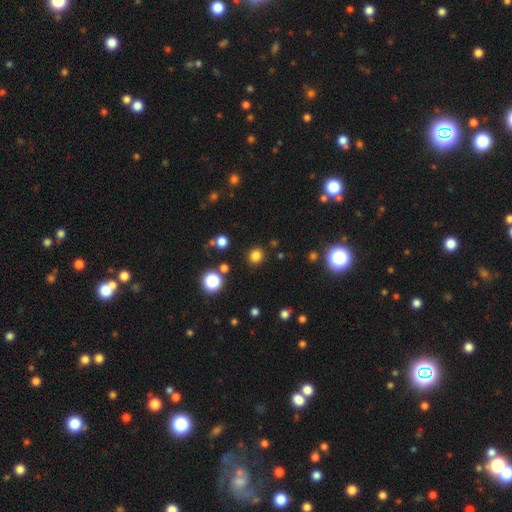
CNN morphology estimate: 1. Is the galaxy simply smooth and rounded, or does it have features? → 80% smooth, 16% star or artifact, 4% featured or disk.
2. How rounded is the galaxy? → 89% round, 10% in between, 1% cigar-shaped.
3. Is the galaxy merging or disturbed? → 90% none, 6% minor disturbance, 3% major disturbance, 2% merger.